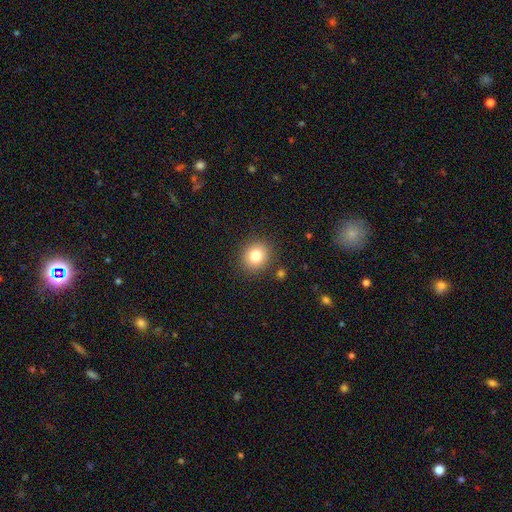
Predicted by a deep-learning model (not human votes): A smooth galaxy with no disk features (81%) that is round (82%). Merging: none (88%).